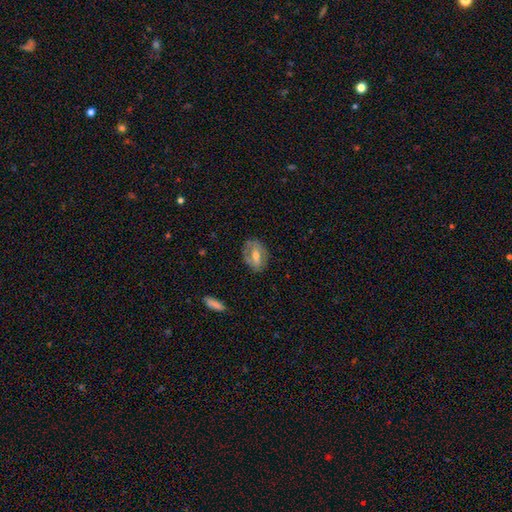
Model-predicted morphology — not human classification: Smooth or featured? featured or disk (52%)
Edge-on disk? no (91%)
Merging? none (74%)